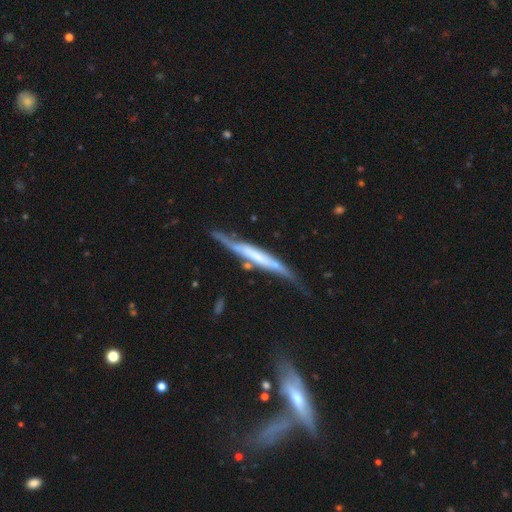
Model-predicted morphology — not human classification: The model was most divided on "edge-on bulge": none: 53%, boxy: 29%, rounded: 18%. More confident: edge-on disk — yes (81%); smooth or featured — featured or disk (68%); merging — none (54%).